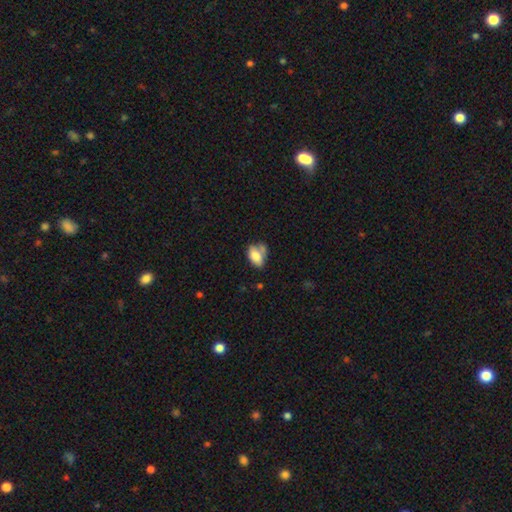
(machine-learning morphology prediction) smooth-or-featured: smooth: 78% | featured or disk: 14% | star or artifact: 8%
  how-rounded: in between: 89% | round: 9% | cigar-shaped: 2%
  merging: none: 38% | merger: 29% | minor disturbance: 23% | major disturbance: 10%